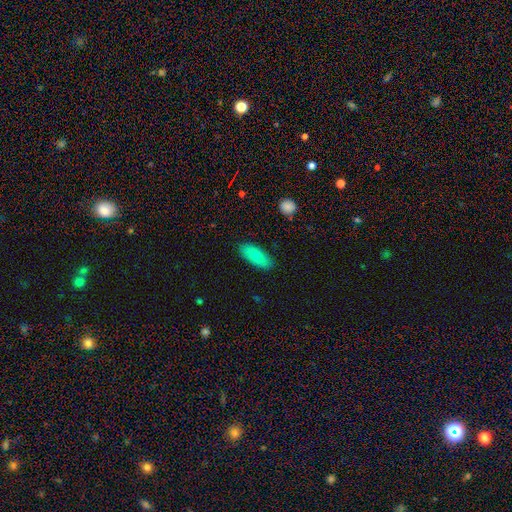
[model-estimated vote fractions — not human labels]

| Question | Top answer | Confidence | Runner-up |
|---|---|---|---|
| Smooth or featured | smooth | 78% | featured or disk (15%) |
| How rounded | in between | 79% | cigar-shaped (19%) |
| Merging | none | 87% | minor disturbance (10%) |